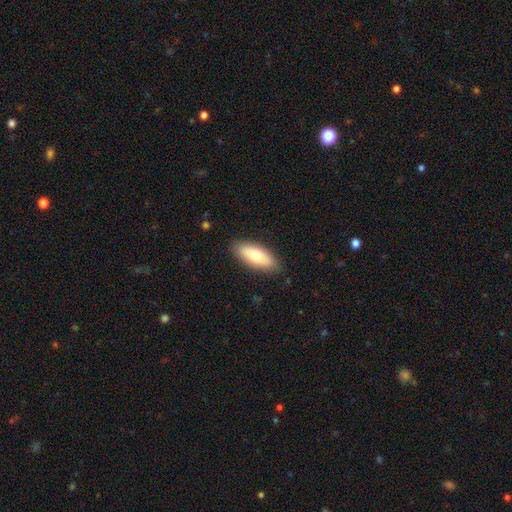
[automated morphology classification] Smooth or featured: smooth — 74% (featured or disk — 20%)
How rounded: in between — 75% (cigar-shaped — 23%)
Merging: none — 86% (minor disturbance — 11%)